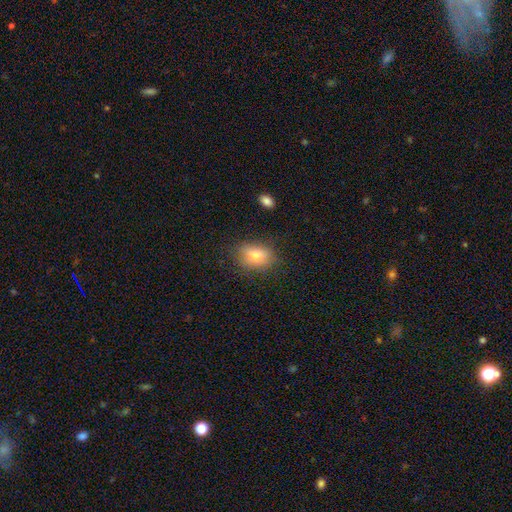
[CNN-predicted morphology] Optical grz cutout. It shows a smooth galaxy with no disk features (76%) that is in between round and cigar-shaped (71%). Merging: none (76%).